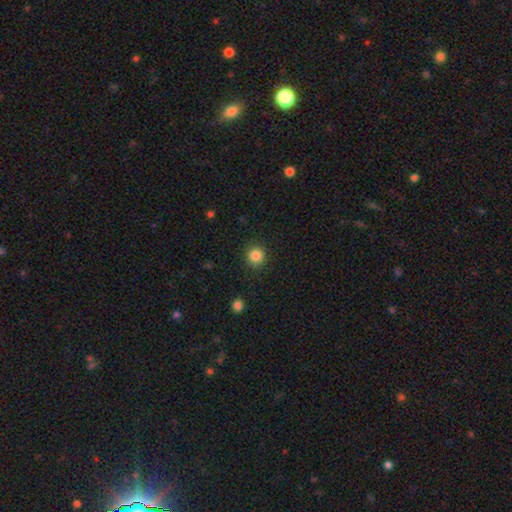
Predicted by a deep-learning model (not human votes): smooth-or-featured: smooth: 85% | star or artifact: 11% | featured or disk: 4%
  how-rounded: round: 94% | in between: 6% | cigar-shaped: 1%
  merging: none: 91% | minor disturbance: 6% | major disturbance: 2% | merger: 1%